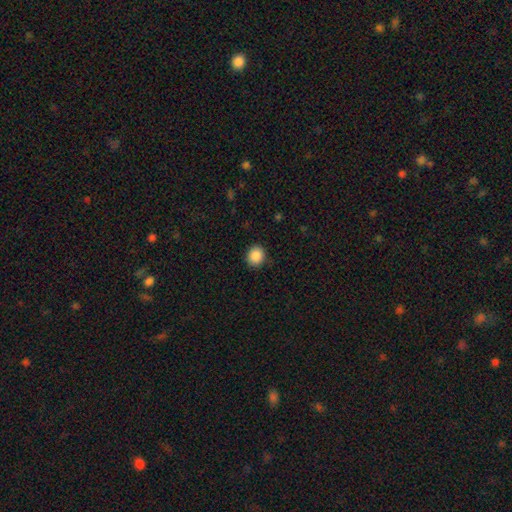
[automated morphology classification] smooth 89%, star or artifact 9%, featured or disk 3%. Down the decision tree: how rounded — round (78%); merging — none (90%).